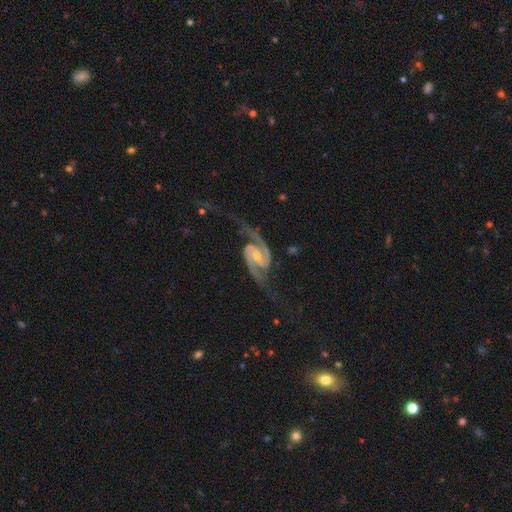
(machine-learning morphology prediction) Smooth or featured: featured or disk — 93% (star or artifact — 4%)
Edge-on disk: no — 97% (yes — 3%)
Bar: weak — 41% (no — 39%)
Spiral arms: yes — 98% (no — 2%)
Spiral winding: medium — 51% (loose — 31%)
Spiral arm count: 2 — 94% (can't tell — 1%)
Bulge size: small — 53% (moderate — 42%)
Merging: none — 66% (minor disturbance — 17%)